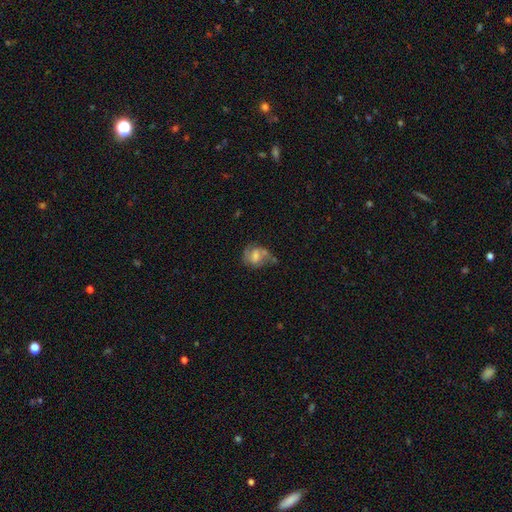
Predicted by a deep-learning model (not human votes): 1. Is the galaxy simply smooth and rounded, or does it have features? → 49% featured or disk, 42% smooth, 9% star or artifact.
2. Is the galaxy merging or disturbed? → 39% none, 28% minor disturbance, 22% major disturbance, 10% merger.